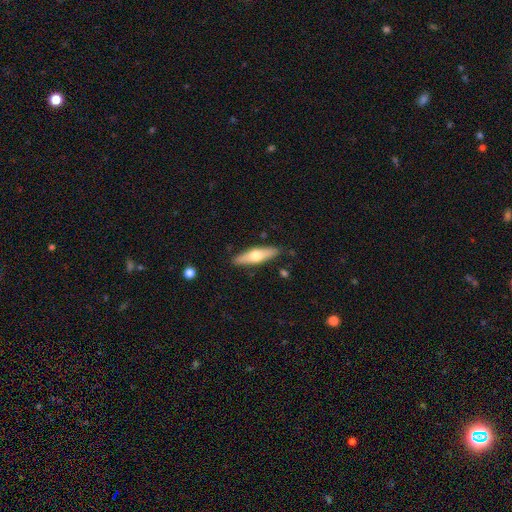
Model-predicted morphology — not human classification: A smooth galaxy with no disk features (50%) that is cigar-shaped (60%). Merging: none (88%).